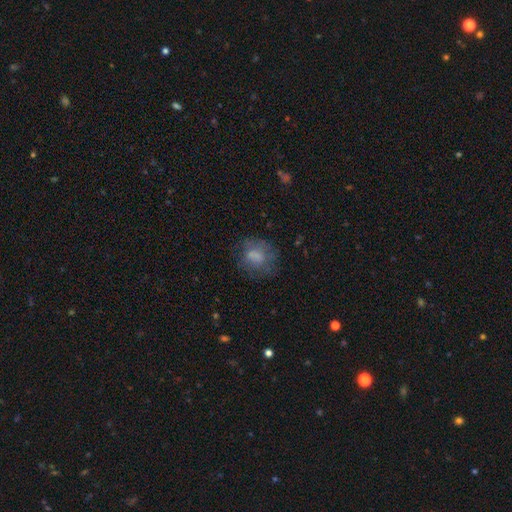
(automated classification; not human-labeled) smooth 61%, featured or disk 28%, star or artifact 12%. Down the decision tree: how rounded — round (67%); merging — none (60%).